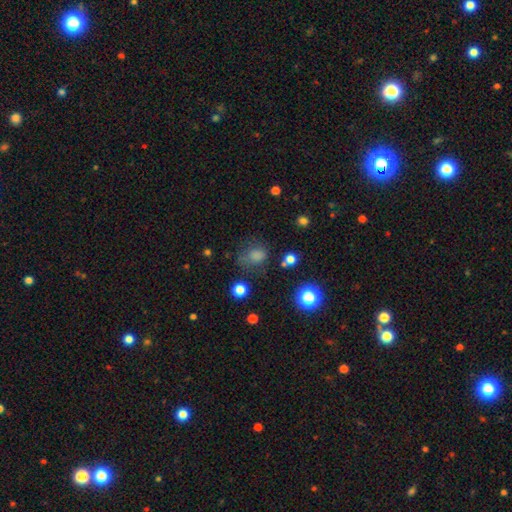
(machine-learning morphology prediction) type=smooth (74%); roundness=round (51%); merging=none (53%).